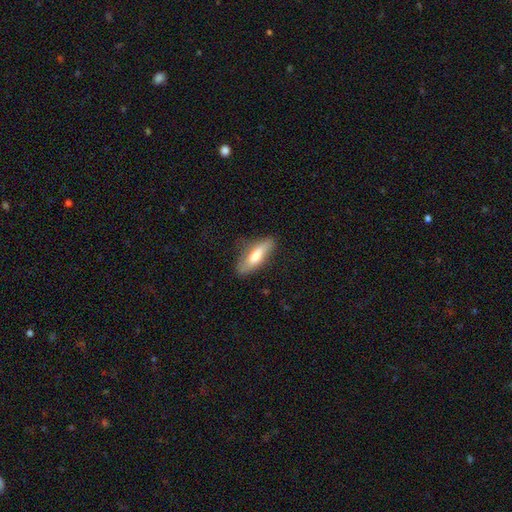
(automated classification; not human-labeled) A smooth galaxy with no disk features (63%) that is in between round and cigar-shaped (49%, tied with cigar-shaped). Merging: none (75%).